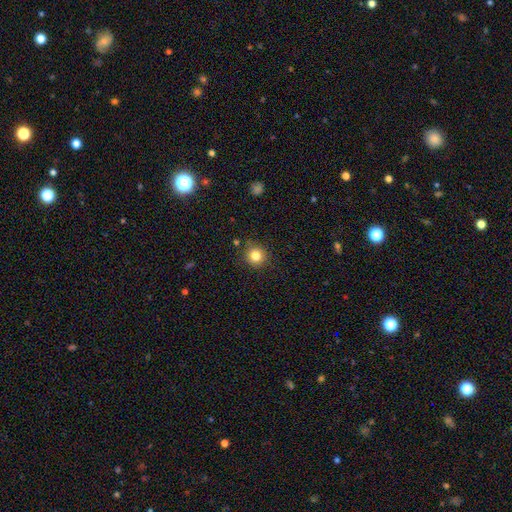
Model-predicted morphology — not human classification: Smooth or featured: smooth — 83% (star or artifact — 12%)
How rounded: round — 93% (in between — 6%)
Merging: none — 88% (minor disturbance — 7%)